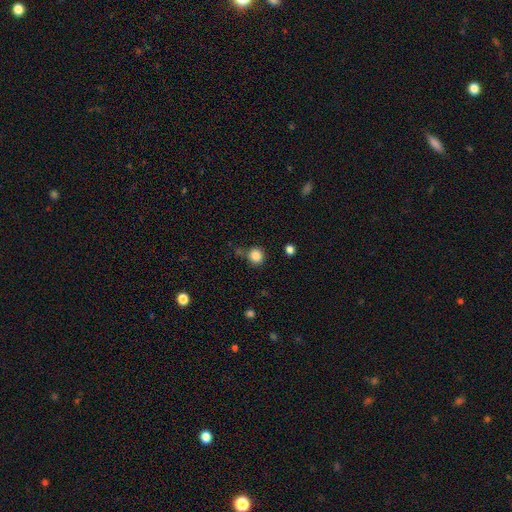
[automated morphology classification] The model was most divided on "merging": none: 79%, minor disturbance: 12%, merger: 6%, major disturbance: 4%. More confident: how rounded — round (91%); smooth or featured — smooth (85%).